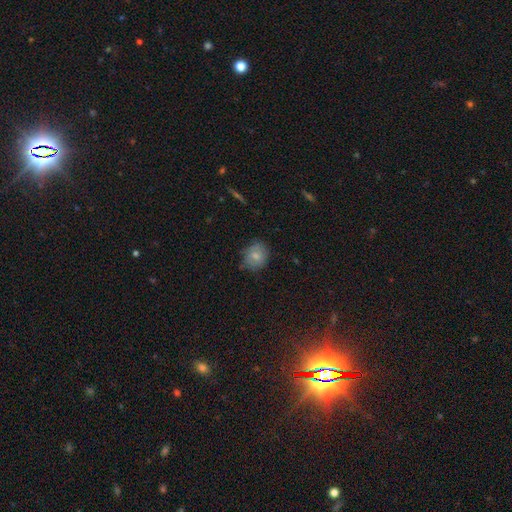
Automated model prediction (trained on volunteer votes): Smooth or featured? smooth (73%)
How rounded? round (67%)
Merging? none (67%)